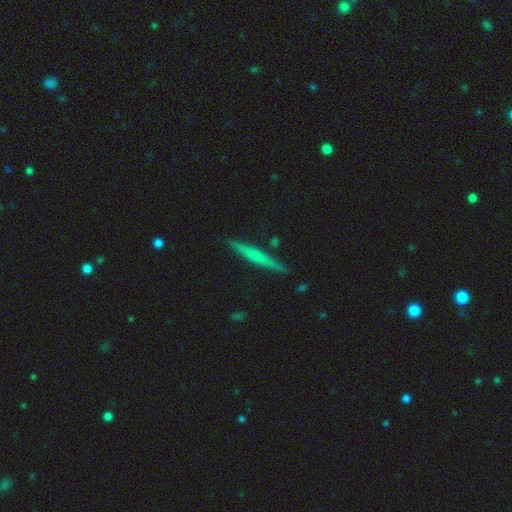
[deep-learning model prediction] Smooth or featured? Predicted: featured or disk (p=0.49). Merging? Predicted: none (p=0.88).